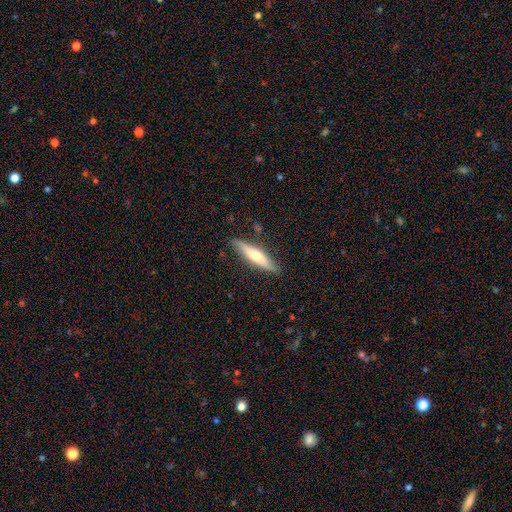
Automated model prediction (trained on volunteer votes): Overall: smooth (52%; featured or disk 42%). How rounded: cigar-shaped (81%). Merging: none (85%).